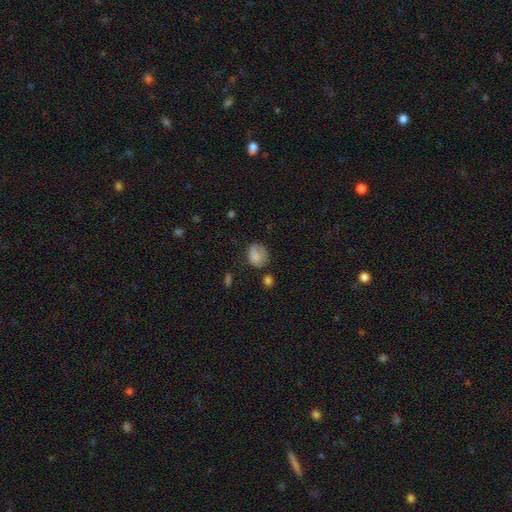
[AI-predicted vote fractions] A smooth galaxy with no disk features (77%) that is round (53%). Merging: none (47%).